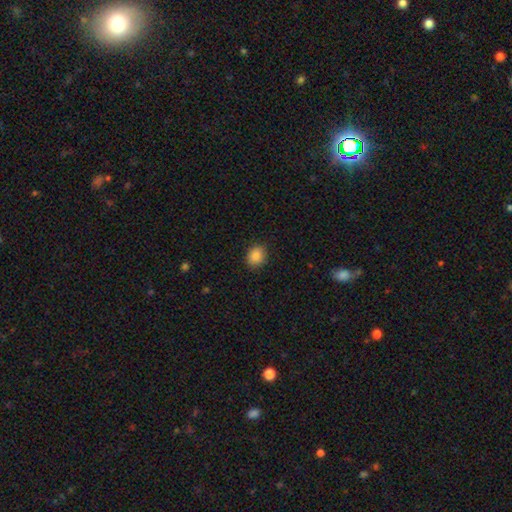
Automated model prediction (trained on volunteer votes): Overall: smooth (87%). How rounded: round (59%; in between 40%). Merging: none (87%).